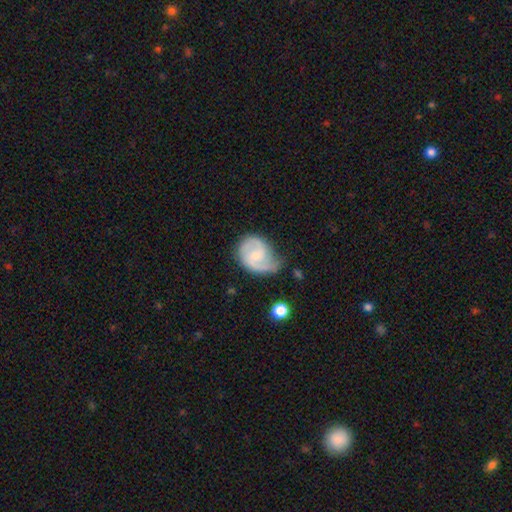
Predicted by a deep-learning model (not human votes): smooth_or_featured: featured or disk (p=0.71) [alt: smooth p=0.24]
disk_edge_on: no (p=0.98) [alt: yes p=0.02]
bar: weak (p=0.52) [alt: no p=0.39]
has_spiral_arms: yes (p=0.92) [alt: no p=0.08]
spiral_winding: medium (p=0.48) [alt: tight p=0.27]
spiral_arm_count: 2 (p=0.71) [alt: 1 p=0.16]
bulge_size: small (p=0.46) [alt: moderate p=0.35]
merging: none (p=0.46) [alt: minor disturbance p=0.34]